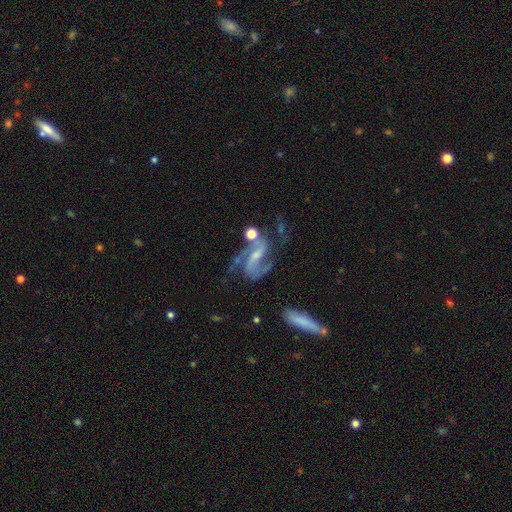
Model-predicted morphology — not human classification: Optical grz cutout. It shows a featured or disk galaxy (88%) with a weak bar (42%), 2 (89%) medium (52%) spiral arms (96%) and a small central bulge (52%). Merging: none (52%).